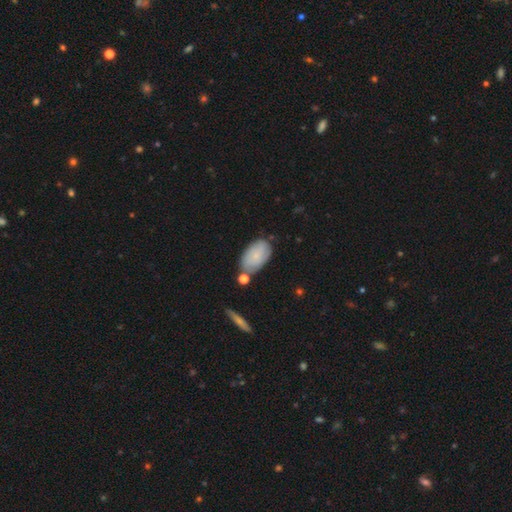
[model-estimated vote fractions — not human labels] The model was most divided on "merging": none: 62%, minor disturbance: 22%, merger: 10%, major disturbance: 5%. More confident: how rounded — in between (94%); smooth or featured — smooth (75%).